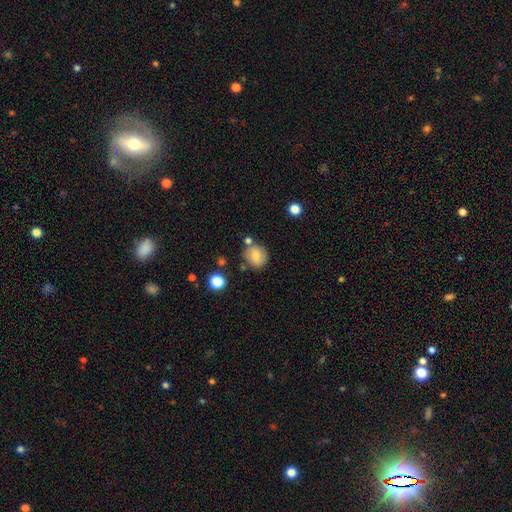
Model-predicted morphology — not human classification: Smooth or featured?
  - smooth: 71% *
  - featured or disk: 19%
  - star or artifact: 10%
How rounded?
  - round: 85% *
  - in between: 14%
  - cigar-shaped: 1%
Merging?
  - none: 73% *
  - minor disturbance: 14%
  - merger: 10%
  - major disturbance: 4%